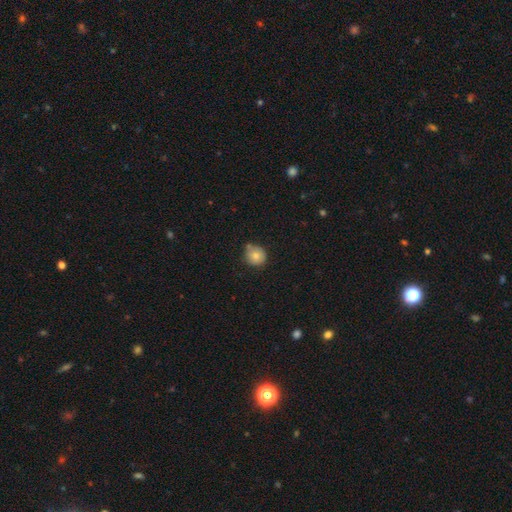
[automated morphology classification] Overall: smooth (78%). How rounded: round (87%). Merging: none (66%).